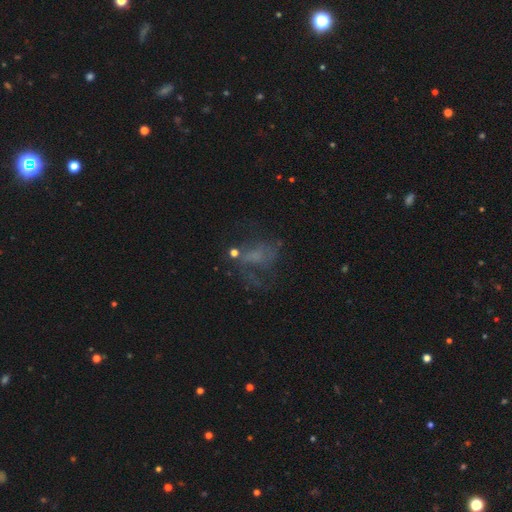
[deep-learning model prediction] Overall: featured or disk (46%; smooth 30%). Merging: none (39%; major disturbance 36%).